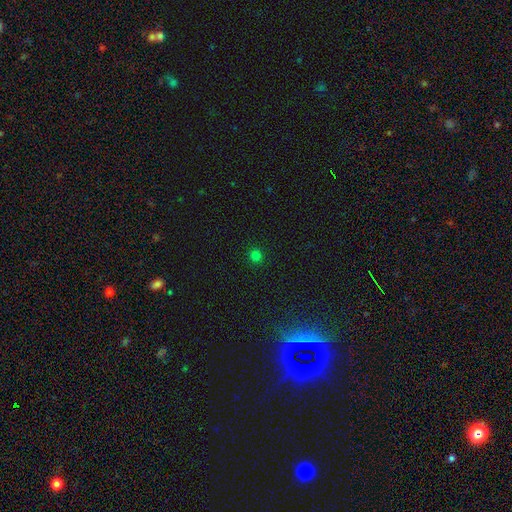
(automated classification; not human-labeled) Smooth or featured? Predicted: smooth (p=0.78). How rounded? Predicted: round (p=0.93). Merging? Predicted: none (p=0.92).